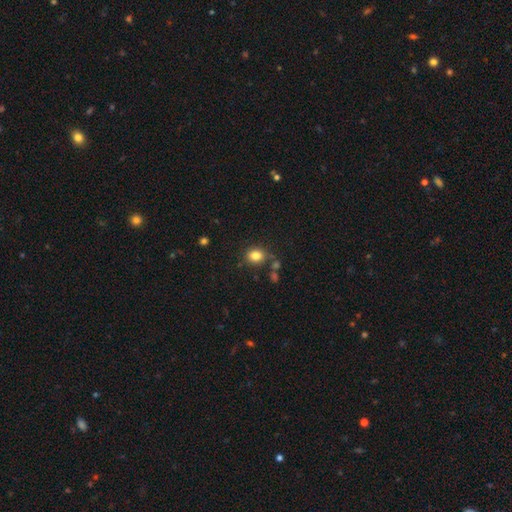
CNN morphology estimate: Smooth or featured? Predicted: smooth (p=0.82). How rounded? Predicted: round (p=0.68). Merging? Predicted: none (p=0.78).